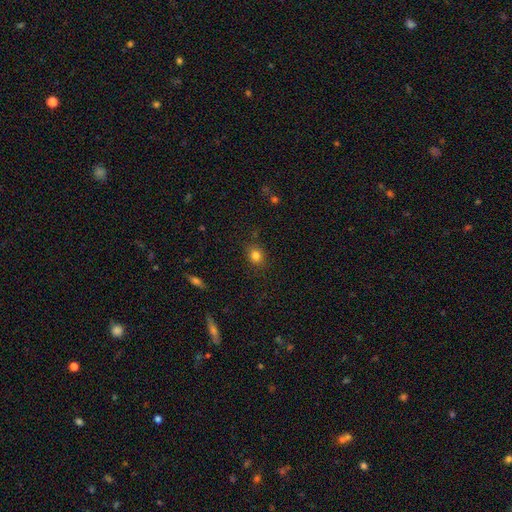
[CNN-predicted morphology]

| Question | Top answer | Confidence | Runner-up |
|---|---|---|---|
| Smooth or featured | smooth | 81% | star or artifact (13%) |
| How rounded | round | 63% | in between (36%) |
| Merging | none | 84% | minor disturbance (11%) |